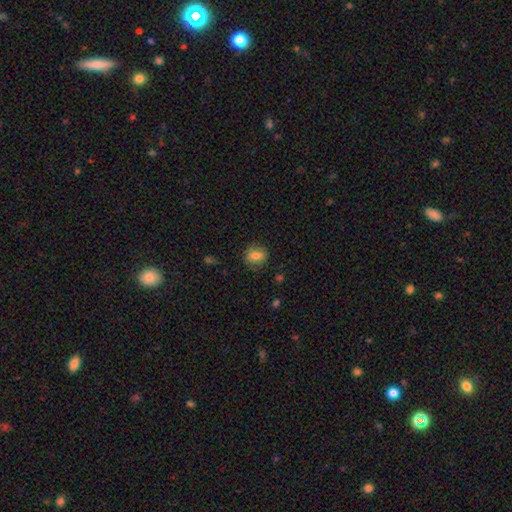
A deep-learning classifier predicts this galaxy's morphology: type=smooth (75%); roundness=round (65%); merging=none (83%).